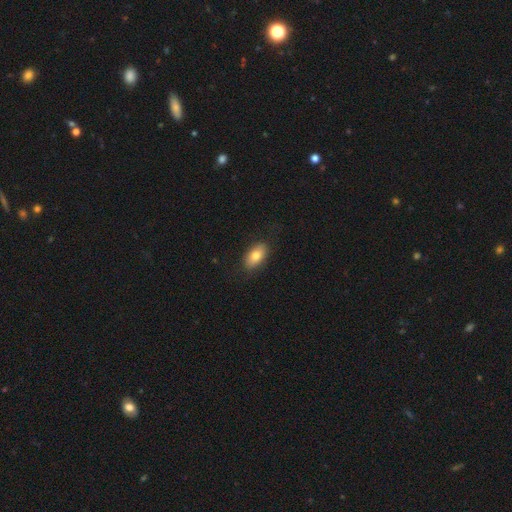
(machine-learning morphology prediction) type=smooth (79%); roundness=in between (91%); merging=none (84%).